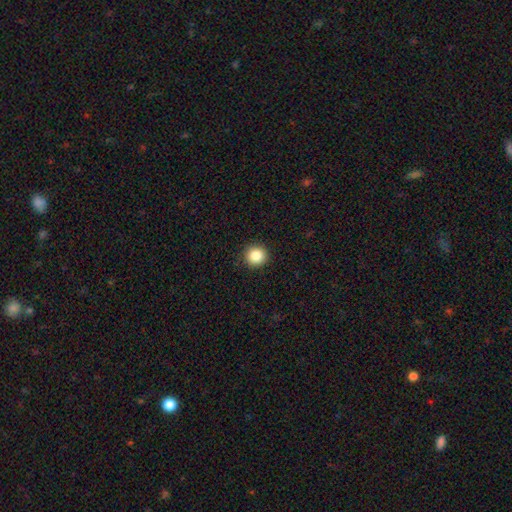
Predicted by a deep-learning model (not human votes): Q: Smooth or featured?
A: smooth (86%); runner-up: star or artifact (10%)
Q: How rounded?
A: round (94%); runner-up: in between (5%)
Q: Merging?
A: none (92%); runner-up: minor disturbance (5%)